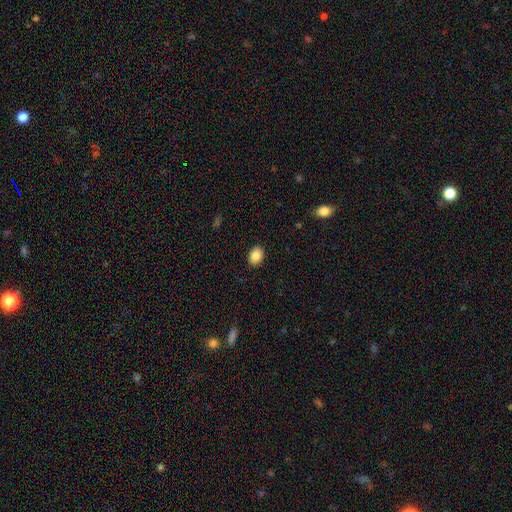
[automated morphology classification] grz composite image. It shows a smooth galaxy with no disk features (87%) that is in between round and cigar-shaped (71%). Merging: none (89%).